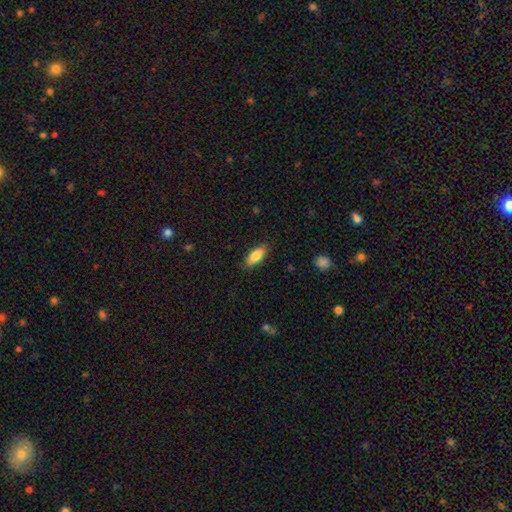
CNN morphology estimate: smooth-or-featured: smooth: 83% | featured or disk: 11% | star or artifact: 6%
  how-rounded: in between: 79% | cigar-shaped: 19% | round: 2%
  merging: none: 86% | minor disturbance: 11% | major disturbance: 2% | merger: 1%